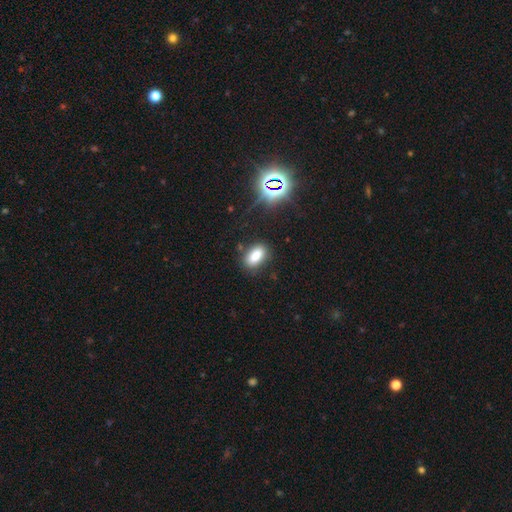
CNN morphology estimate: smooth_or_featured: smooth (p=0.79) [alt: star or artifact p=0.14]
how_rounded: in between (p=0.89) [alt: round p=0.07]
merging: none (p=0.82) [alt: minor disturbance p=0.12]